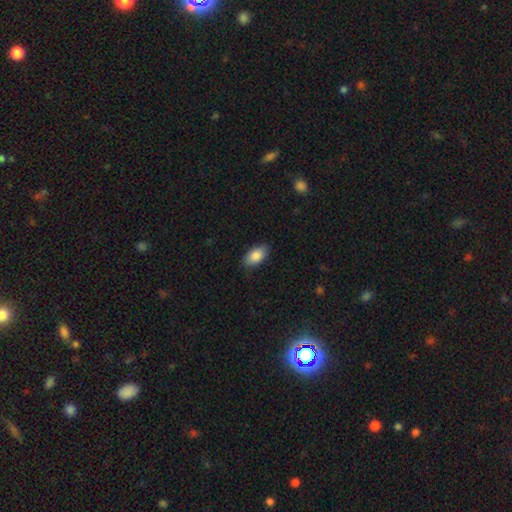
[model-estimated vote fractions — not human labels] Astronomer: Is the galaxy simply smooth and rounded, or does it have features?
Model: smooth — 87%.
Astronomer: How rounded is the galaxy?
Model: in between — 94%.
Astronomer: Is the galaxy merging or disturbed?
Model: none — 85%.